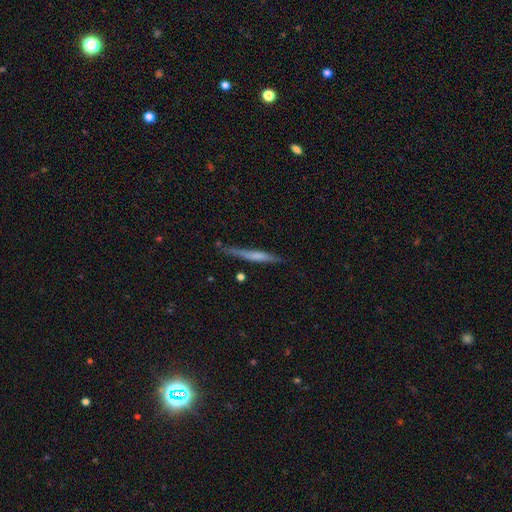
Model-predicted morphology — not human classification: A smooth galaxy with no disk features (51%) that is cigar-shaped (94%).

Vote fractions:
- Smooth or featured? smooth: 51% / featured or disk: 42% / star or artifact: 7%
- How rounded? cigar-shaped: 94% / in between: 4% / round: 2%
- Merging? none: 72% / minor disturbance: 20% / major disturbance: 5% / merger: 4%